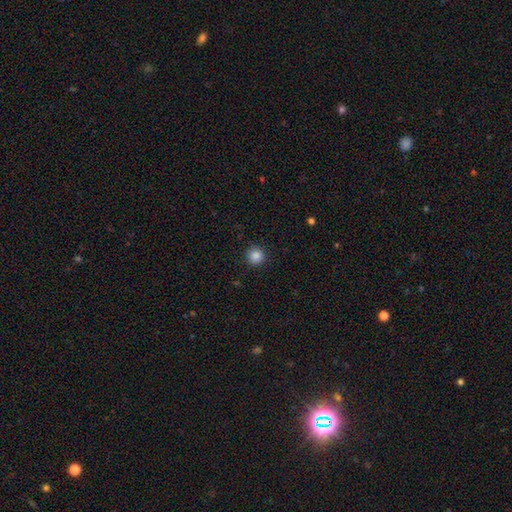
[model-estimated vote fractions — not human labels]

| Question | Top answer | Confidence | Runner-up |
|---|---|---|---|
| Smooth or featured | smooth | 86% | star or artifact (10%) |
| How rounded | round | 95% | in between (4%) |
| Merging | none | 91% | minor disturbance (6%) |